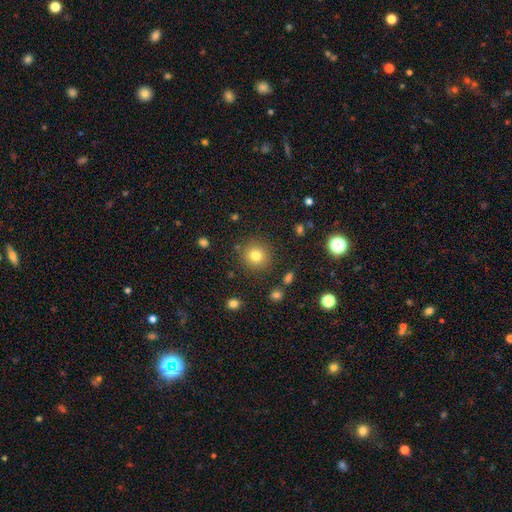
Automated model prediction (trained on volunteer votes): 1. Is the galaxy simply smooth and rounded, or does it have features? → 78% smooth, 13% star or artifact, 8% featured or disk.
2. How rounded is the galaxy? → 92% round, 7% in between, 1% cigar-shaped.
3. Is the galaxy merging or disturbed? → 87% none, 7% minor disturbance, 3% major disturbance, 3% merger.